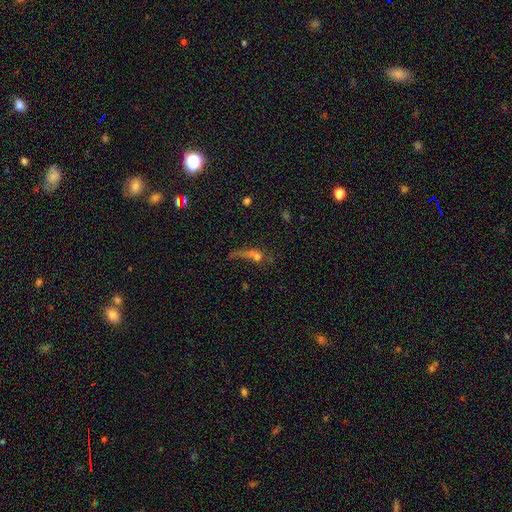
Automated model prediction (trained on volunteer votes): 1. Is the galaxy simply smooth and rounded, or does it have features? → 43% smooth, 29% featured or disk, 27% star or artifact.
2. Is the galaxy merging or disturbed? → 31% major disturbance, 29% none, 27% merger, 13% minor disturbance.